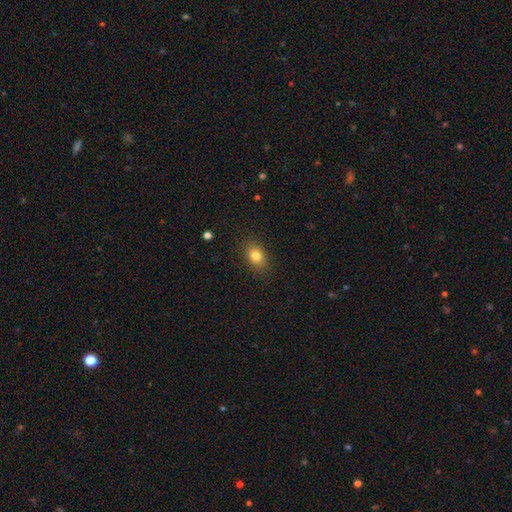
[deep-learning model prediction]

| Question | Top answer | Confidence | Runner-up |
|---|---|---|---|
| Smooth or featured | smooth | 81% | star or artifact (10%) |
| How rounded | in between | 77% | round (21%) |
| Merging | none | 87% | minor disturbance (10%) |